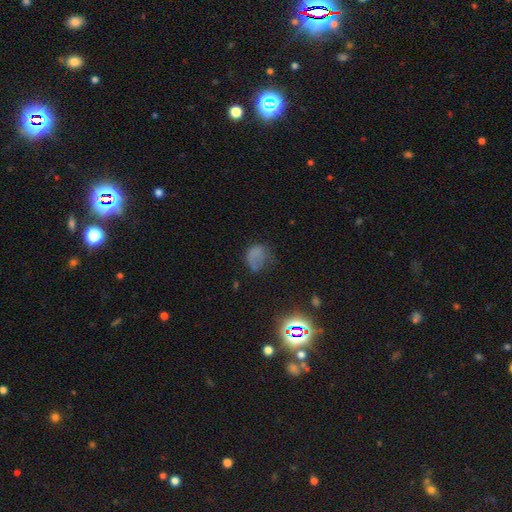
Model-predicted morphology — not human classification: Smooth or featured? Predicted: smooth (p=0.61). How rounded? Predicted: in between (p=0.50). Merging? Predicted: none (p=0.40).